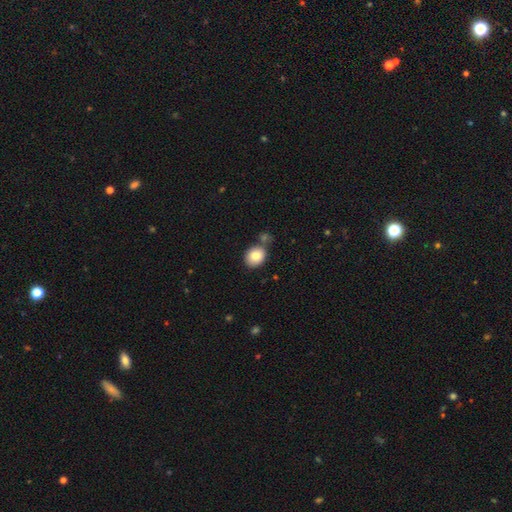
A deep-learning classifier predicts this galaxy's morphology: type=smooth (82%); roundness=round (56%); merging=none (67%).